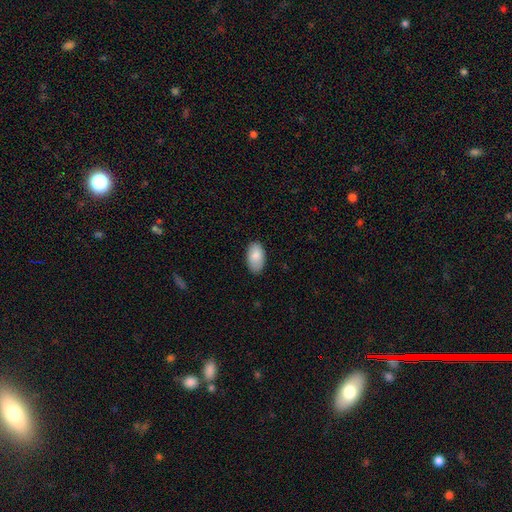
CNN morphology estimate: Smooth or featured? smooth (86%)
How rounded? in between (95%)
Merging? none (84%)